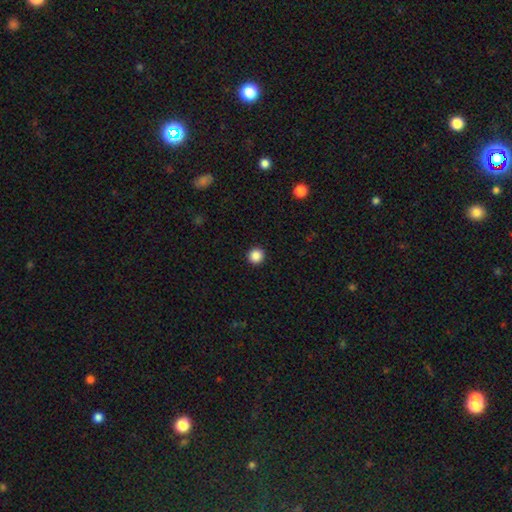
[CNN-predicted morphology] A smooth galaxy with no disk features (87%) that is round (95%).

Vote fractions:
- Smooth or featured? smooth: 87% / star or artifact: 10% / featured or disk: 3%
- How rounded? round: 95% / in between: 4% / cigar-shaped: 1%
- Merging? none: 94% / minor disturbance: 4% / major disturbance: 1% / merger: 1%